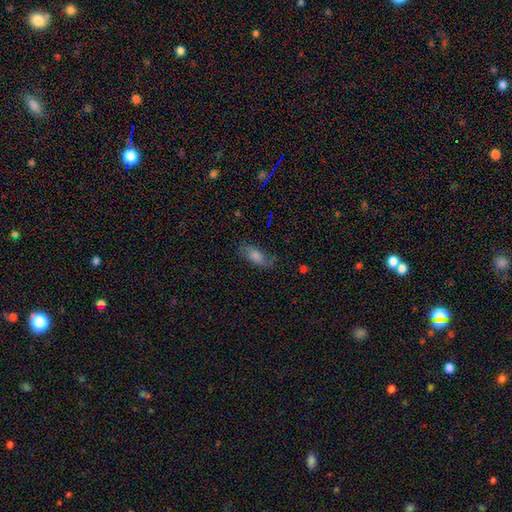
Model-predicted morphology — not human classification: Overall: smooth (60%; featured or disk 29%). How rounded: in between (76%). Merging: none (72%).